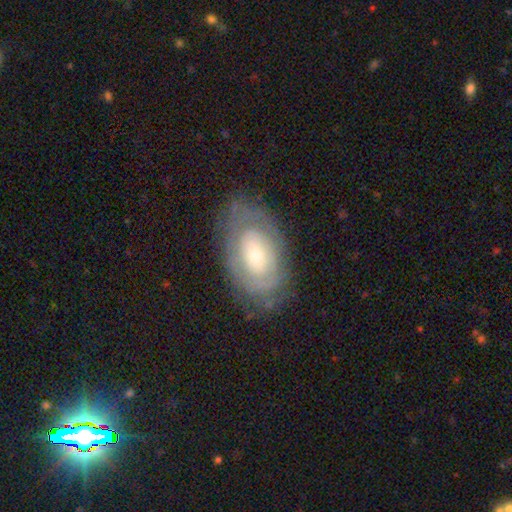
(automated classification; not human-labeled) Smooth or featured?
  - featured or disk: 58% *
  - smooth: 35%
  - star or artifact: 7%
Edge-on disk?
  - no: 93% *
  - yes: 7%
Bar?
  - no: 77% *
  - weak: 18%
  - strong: 5%
Spiral arms?
  - yes: 51% *
  - no: 49%
Bulge size?
  - small: 44% *
  - moderate: 40%
  - large: 11%
  - dominant: 2%
  - none: 2%
Merging?
  - none: 72% *
  - minor disturbance: 19%
  - major disturbance: 8%
  - merger: 1%